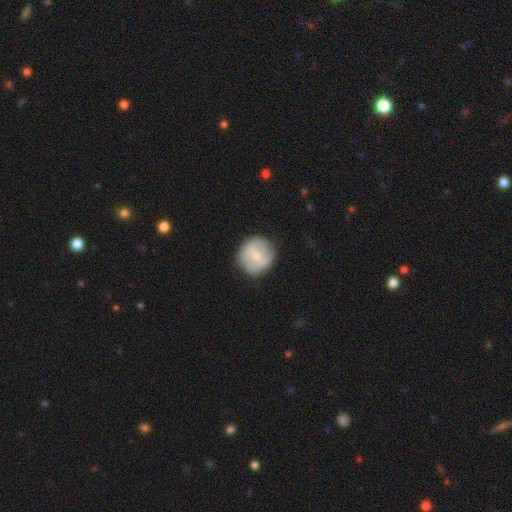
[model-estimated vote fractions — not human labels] Overall: featured or disk (49%; smooth 45%). Merging: none (82%).